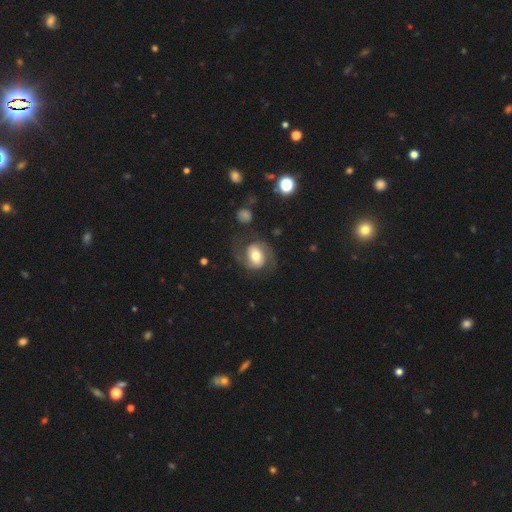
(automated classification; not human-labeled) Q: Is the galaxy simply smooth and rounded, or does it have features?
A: featured or disk — 75%.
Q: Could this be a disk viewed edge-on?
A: no — 98%.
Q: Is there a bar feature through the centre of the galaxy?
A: no — 40%.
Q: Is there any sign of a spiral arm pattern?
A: yes — 92%.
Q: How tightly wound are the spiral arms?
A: medium — 54%.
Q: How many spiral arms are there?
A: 2 — 91%.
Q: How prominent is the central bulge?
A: moderate — 62%.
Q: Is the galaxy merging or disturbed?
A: none — 73%.